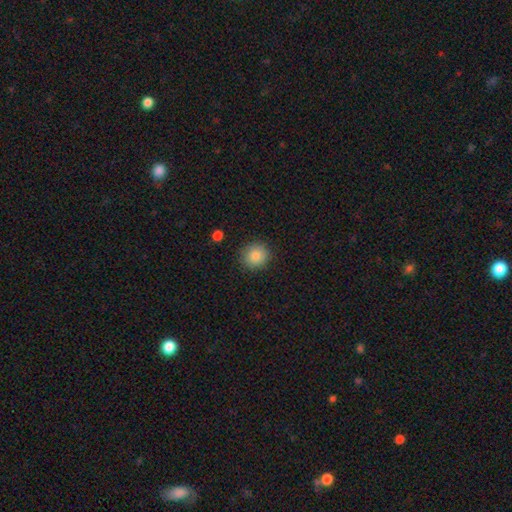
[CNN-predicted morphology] This appears to be a smooth galaxy with no disk features (84%) that is round (88%). Merging: none (87%).